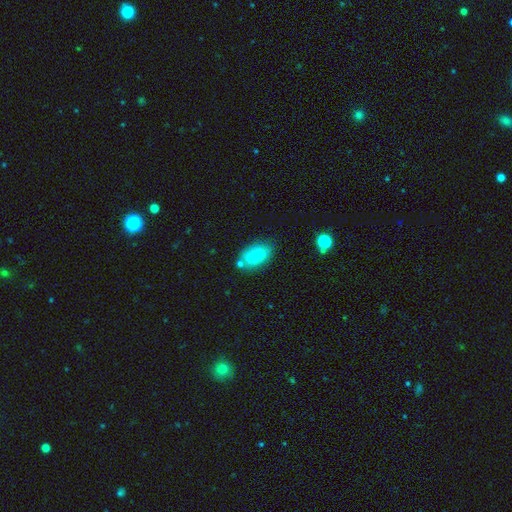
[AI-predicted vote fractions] Smooth or featured?
  - smooth: 69% *
  - featured or disk: 21%
  - star or artifact: 10%
How rounded?
  - in between: 89% *
  - round: 8%
  - cigar-shaped: 2%
Merging?
  - none: 59% *
  - minor disturbance: 22%
  - merger: 12%
  - major disturbance: 7%